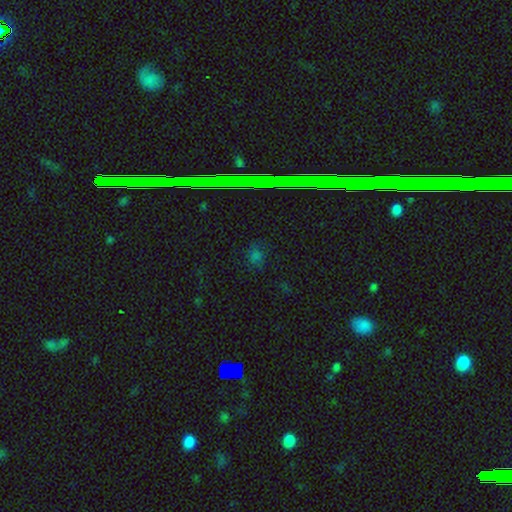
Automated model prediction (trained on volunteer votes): A star or artifact, not a galaxy (46%).

Vote fractions:
- Smooth or featured? star or artifact: 46% / smooth: 44% / featured or disk: 10%